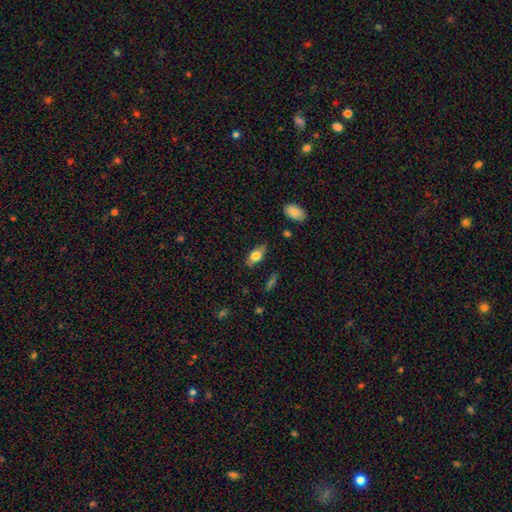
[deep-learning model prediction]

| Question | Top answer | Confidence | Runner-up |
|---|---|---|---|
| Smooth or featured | smooth | 68% | featured or disk (25%) |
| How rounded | in between | 83% | cigar-shaped (11%) |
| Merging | none | 75% | minor disturbance (19%) |